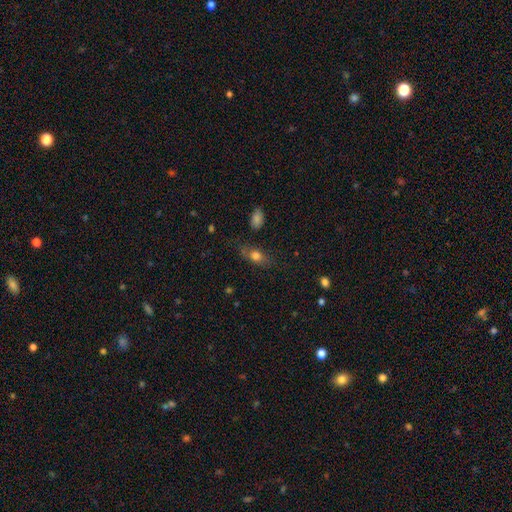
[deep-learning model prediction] The model was most divided on "merging": none: 67%, minor disturbance: 21%, major disturbance: 8%, merger: 4%. More confident: smooth or featured — smooth (72%); how rounded — in between (71%).